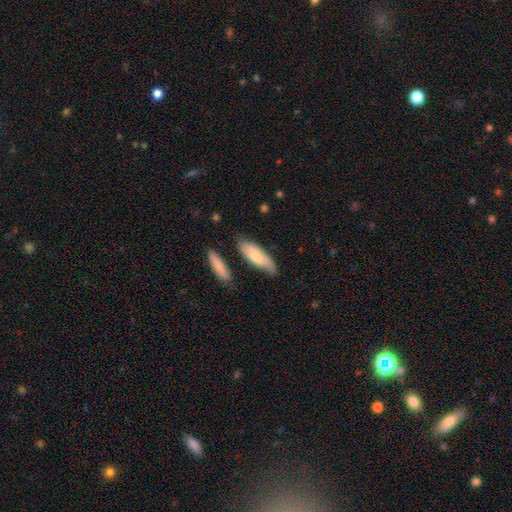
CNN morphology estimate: A smooth galaxy with no disk features (68%) that is in between round and cigar-shaped (63%).

Vote fractions:
- Smooth or featured? smooth: 68% / featured or disk: 26% / star or artifact: 6%
- How rounded? in between: 63% / cigar-shaped: 35% / round: 2%
- Merging? none: 65% / minor disturbance: 24% / major disturbance: 6% / merger: 5%